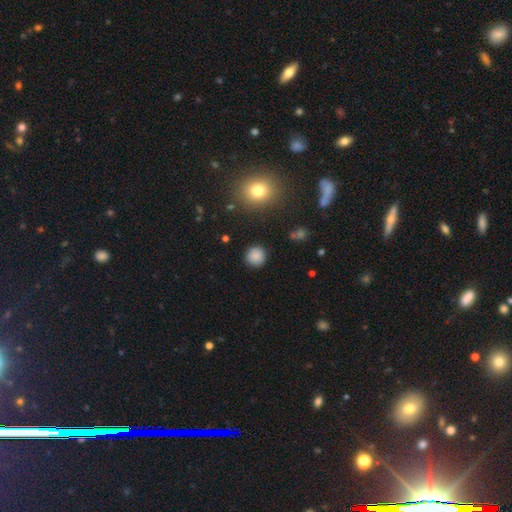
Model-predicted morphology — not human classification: Smooth or featured? Predicted: smooth (p=0.85). How rounded? Predicted: round (p=0.93). Merging? Predicted: none (p=0.89).